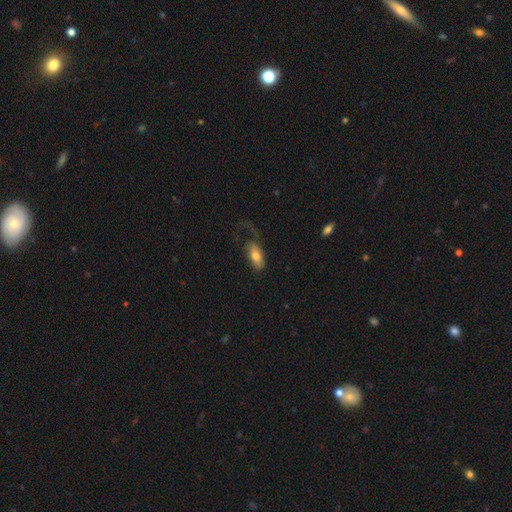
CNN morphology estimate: type=smooth (68%); roundness=in between (86%); merging=major disturbance (40%).